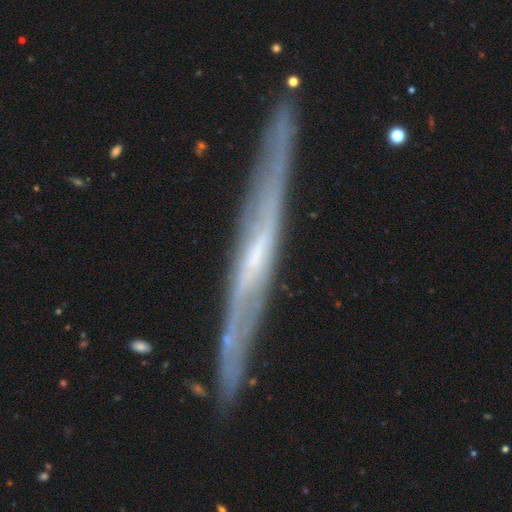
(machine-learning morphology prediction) Smooth or featured?
  - featured or disk: 79% *
  - smooth: 13%
  - star or artifact: 9%
Edge-on disk?
  - yes: 84% *
  - no: 16%
Edge-on bulge?
  - none: 65% *
  - rounded: 28%
  - boxy: 7%
Merging?
  - none: 84% *
  - minor disturbance: 12%
  - major disturbance: 2%
  - merger: 2%